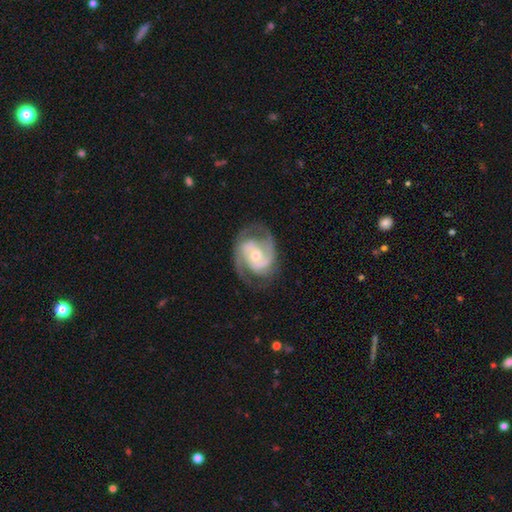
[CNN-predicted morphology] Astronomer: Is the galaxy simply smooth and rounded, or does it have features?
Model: featured or disk — 88%.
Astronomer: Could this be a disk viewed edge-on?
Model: no — 97%.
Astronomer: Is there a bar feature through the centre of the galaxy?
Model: no — 56% (runner-up: weak, 33%).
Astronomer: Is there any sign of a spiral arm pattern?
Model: yes — 96%.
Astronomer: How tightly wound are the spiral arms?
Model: medium — 49% (runner-up: tight, 38%).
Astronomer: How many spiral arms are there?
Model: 2 — 77%.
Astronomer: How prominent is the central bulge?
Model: moderate — 50% (runner-up: small, 45%).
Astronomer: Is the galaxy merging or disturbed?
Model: none — 71%.